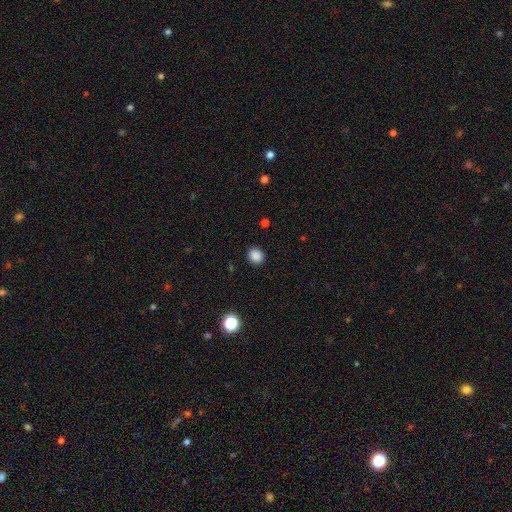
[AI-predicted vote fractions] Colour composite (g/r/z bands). It shows a smooth galaxy with no disk features (87%) that is round (85%). Merging: none (91%).